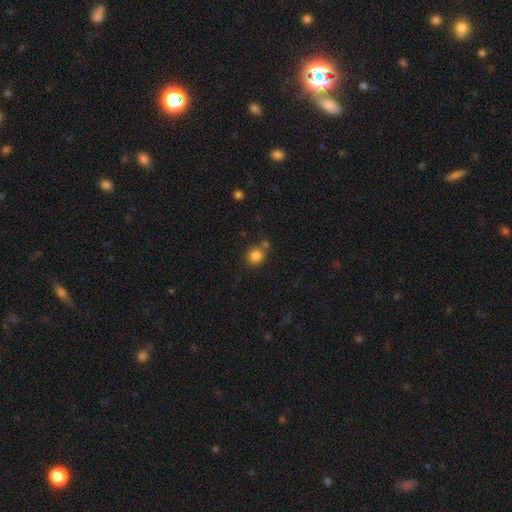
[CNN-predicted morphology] This appears to be a smooth galaxy with no disk features (83%) that is round (86%). Merging: none (66%).